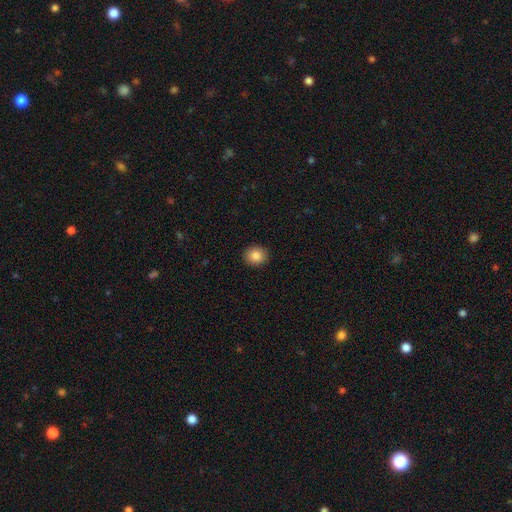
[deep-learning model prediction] The model was most divided on "how rounded": round: 72%, in between: 27%, cigar-shaped: 1%. More confident: merging — none (91%); smooth or featured — smooth (86%).